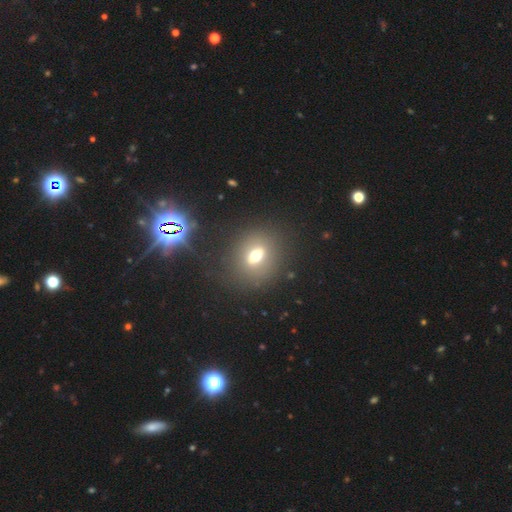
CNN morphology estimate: smooth_or_featured: smooth (p=0.56) [alt: featured or disk p=0.26]
how_rounded: round (p=0.52) [alt: in between p=0.46]
merging: none (p=0.80) [alt: minor disturbance p=0.10]